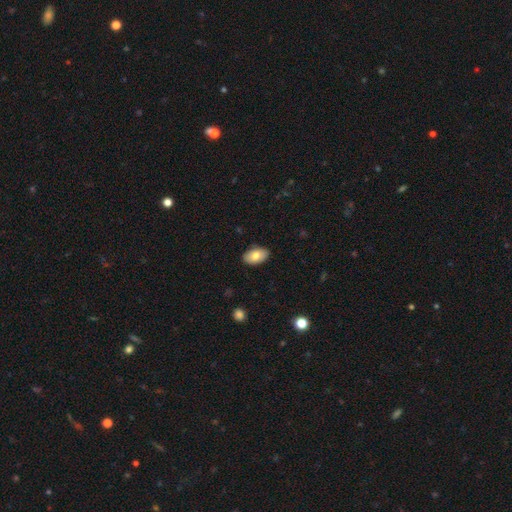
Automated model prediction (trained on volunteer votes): Q: Smooth or featured?
A: smooth (77%); runner-up: featured or disk (17%)
Q: How rounded?
A: in between (93%); runner-up: round (6%)
Q: Merging?
A: none (86%); runner-up: minor disturbance (11%)